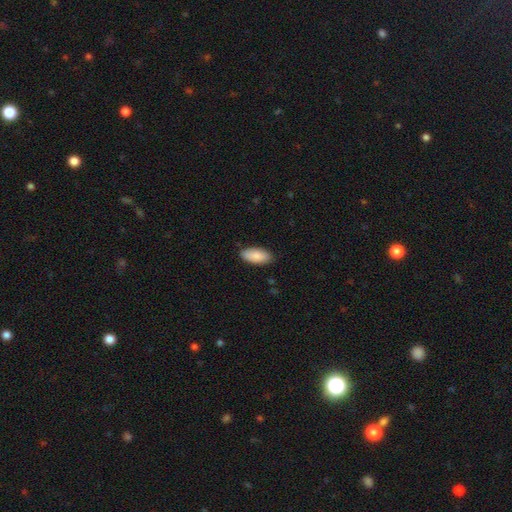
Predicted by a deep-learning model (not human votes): Smooth or featured: smooth — 88% (featured or disk — 6%)
How rounded: in between — 92% (cigar-shaped — 6%)
Merging: none — 86% (minor disturbance — 11%)